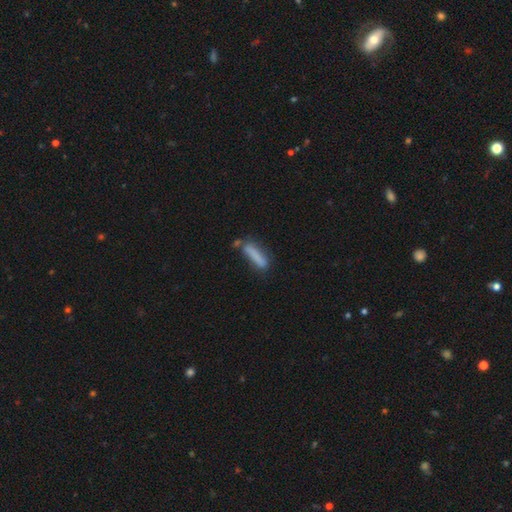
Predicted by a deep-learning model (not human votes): This is likely a smooth galaxy (80%). How rounded: likely cigar-shaped (80%). Merging: likely none (61%).